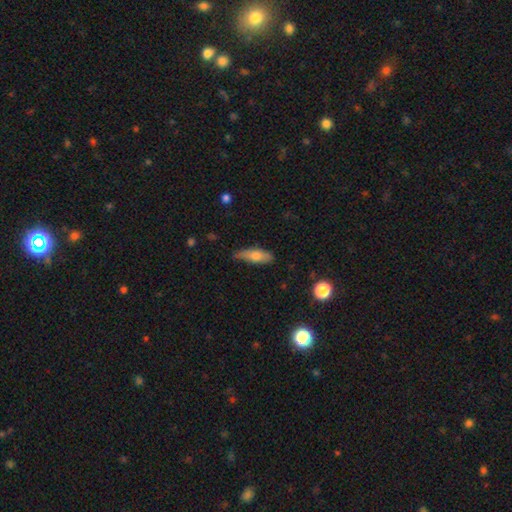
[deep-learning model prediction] smooth-or-featured: smooth: 69% | featured or disk: 24% | star or artifact: 7%
  how-rounded: in between: 53% | cigar-shaped: 44% | round: 3%
  merging: none: 59% | minor disturbance: 32% | major disturbance: 6% | merger: 2%